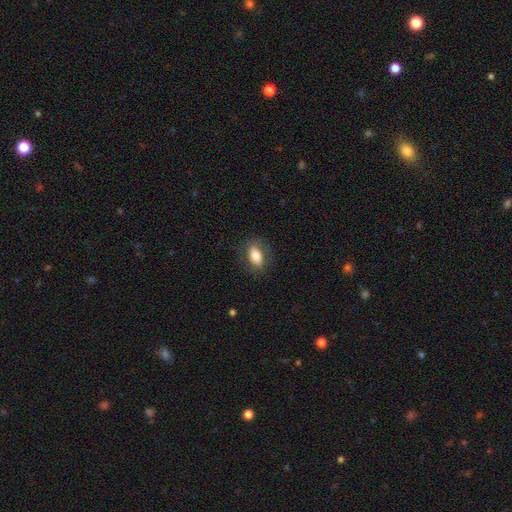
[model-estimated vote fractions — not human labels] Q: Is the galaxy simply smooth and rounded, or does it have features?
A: smooth — 74%.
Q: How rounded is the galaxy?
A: in between — 87%.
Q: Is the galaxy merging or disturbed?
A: none — 79%.